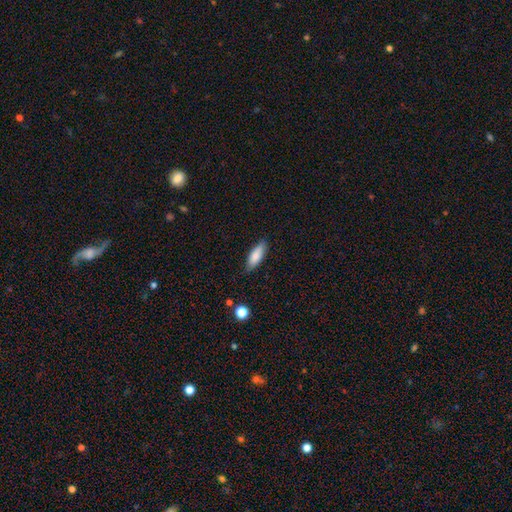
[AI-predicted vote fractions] Smooth or featured? smooth (84%)
How rounded? in between (63%)
Merging? none (83%)